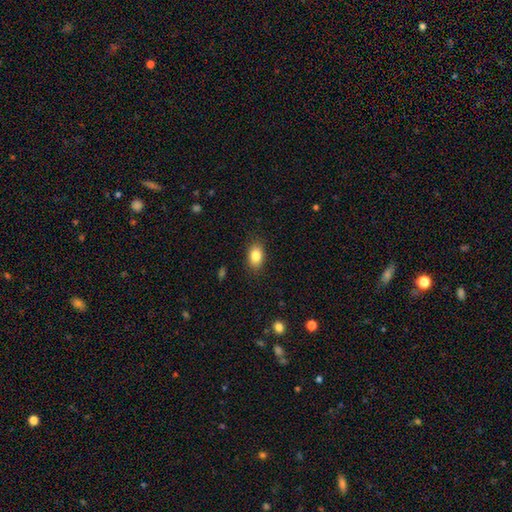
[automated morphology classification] Smooth or featured? smooth (85%)
How rounded? in between (83%)
Merging? none (86%)